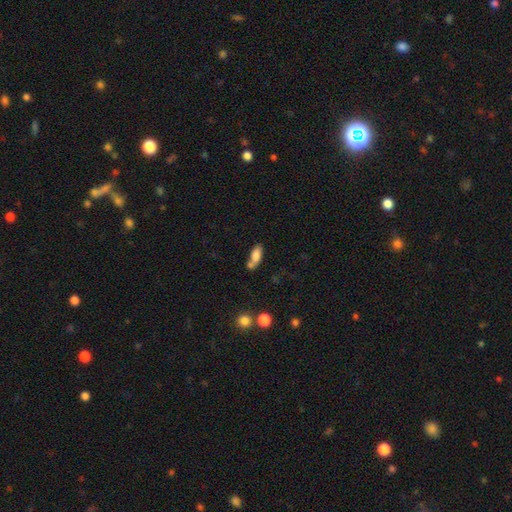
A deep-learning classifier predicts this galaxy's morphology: Smooth or featured? Predicted: smooth (p=0.78). How rounded? Predicted: in between (p=0.79). Merging? Predicted: none (p=0.40).